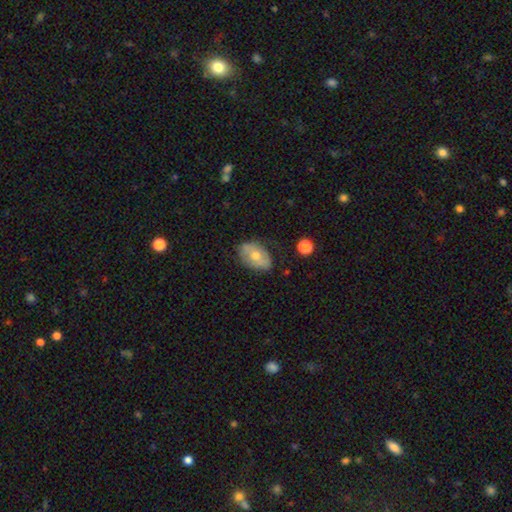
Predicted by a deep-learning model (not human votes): smooth-or-featured: smooth: 52% | featured or disk: 40% | star or artifact: 8%
  how-rounded: in between: 84% | round: 15% | cigar-shaped: 2%
  merging: none: 73% | minor disturbance: 21% | major disturbance: 4% | merger: 2%